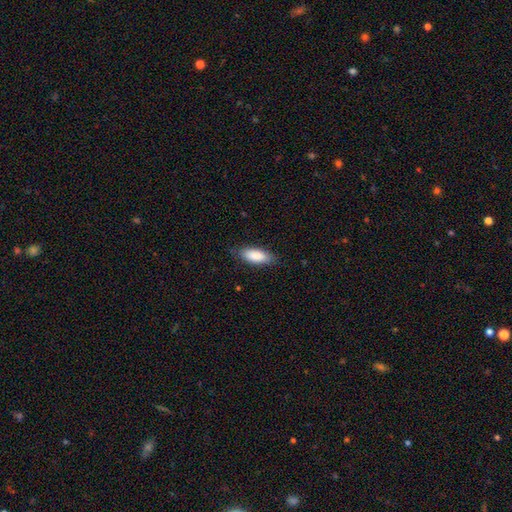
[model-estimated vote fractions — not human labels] Smooth or featured: smooth — 87% (featured or disk — 7%)
How rounded: in between — 80% (cigar-shaped — 18%)
Merging: none — 82% (minor disturbance — 14%)